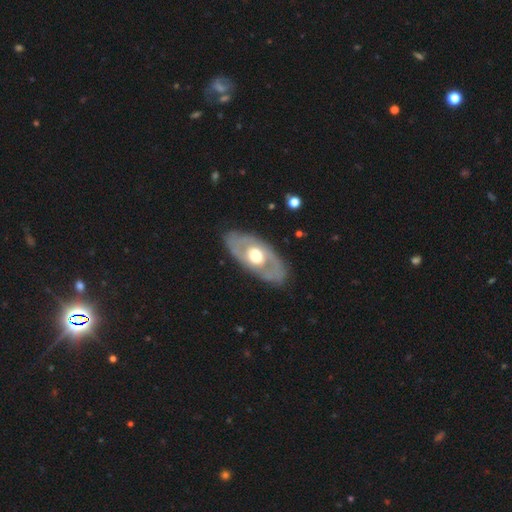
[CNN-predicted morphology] Overall: featured or disk (66%; smooth 30%). Edge-on disk: no (87%). Bar: no (81%). Spiral arms: no (68%; yes 32%). Bulge size: moderate (62%; large 31%). Merging: none (82%).